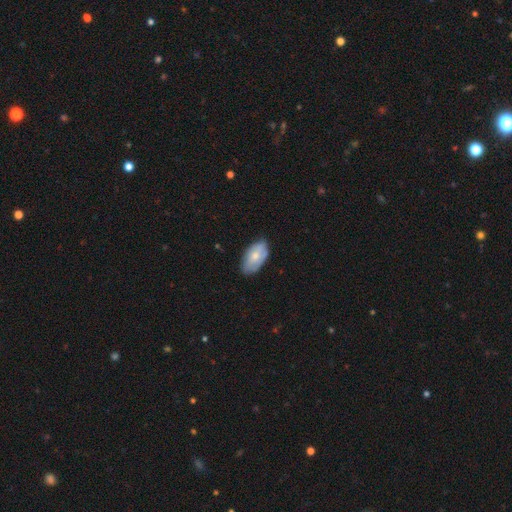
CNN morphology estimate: Smooth or featured?
  - smooth: 63% *
  - featured or disk: 31%
  - star or artifact: 6%
How rounded?
  - in between: 94% *
  - round: 4%
  - cigar-shaped: 2%
Merging?
  - none: 68% *
  - minor disturbance: 26%
  - major disturbance: 4%
  - merger: 1%